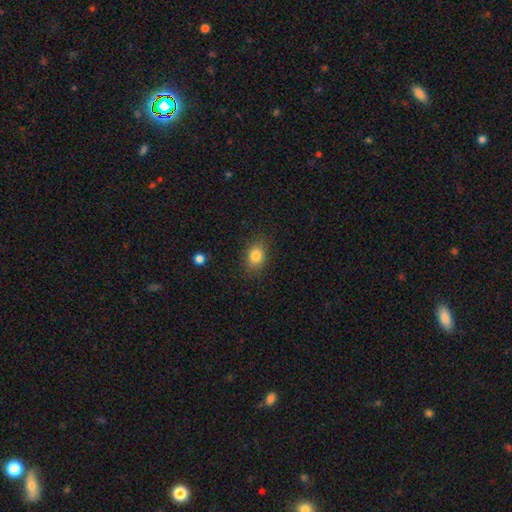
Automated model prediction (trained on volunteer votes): Smooth or featured?
  - smooth: 82% *
  - star or artifact: 10%
  - featured or disk: 7%
How rounded?
  - in between: 61% *
  - round: 37%
  - cigar-shaped: 1%
Merging?
  - none: 84% *
  - minor disturbance: 11%
  - major disturbance: 3%
  - merger: 1%